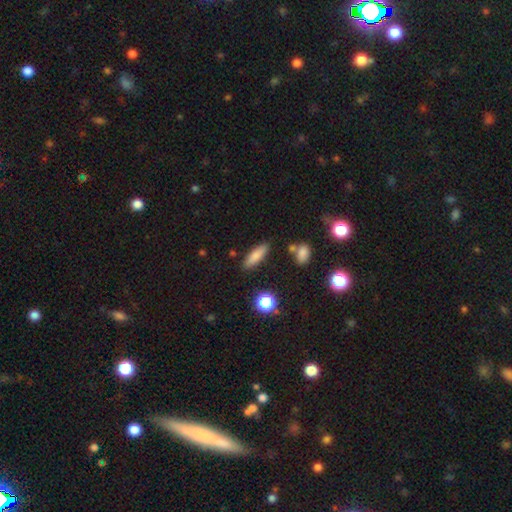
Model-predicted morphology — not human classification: Overall: smooth (81%). How rounded: cigar-shaped (53%; in between 44%). Merging: none (83%).